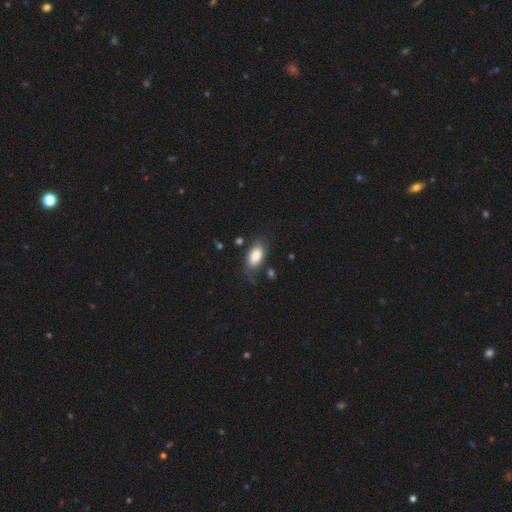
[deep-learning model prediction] smooth 84%, featured or disk 10%, star or artifact 7%. Down the decision tree: how rounded — in between (92%); merging — none (65%).